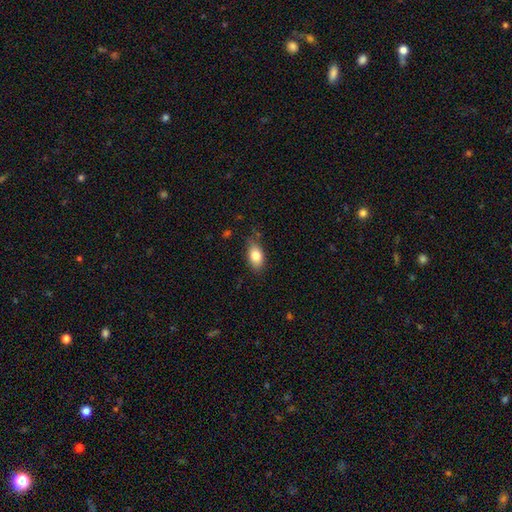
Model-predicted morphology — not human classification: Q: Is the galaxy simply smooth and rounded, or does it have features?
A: smooth — 82%.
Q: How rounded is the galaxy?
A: in between — 88%.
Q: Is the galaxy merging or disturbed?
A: none — 76%.